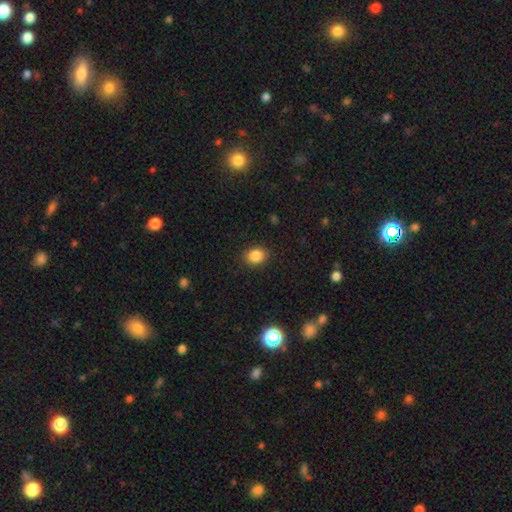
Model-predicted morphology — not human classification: type=smooth (86%); roundness=round (59%); merging=none (88%).